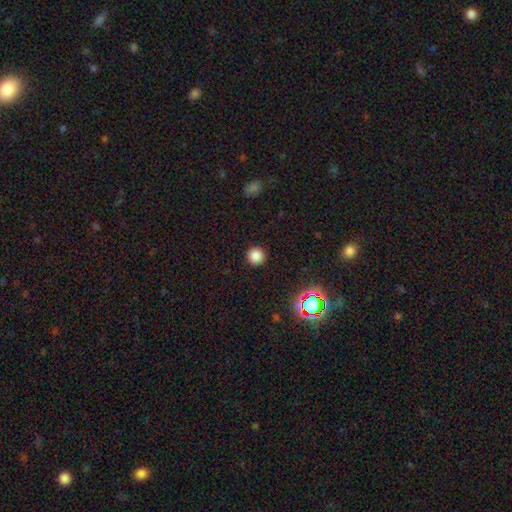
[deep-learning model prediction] Smooth or featured?
  - smooth: 83% *
  - star or artifact: 13%
  - featured or disk: 4%
How rounded?
  - round: 96% *
  - in between: 3%
  - cigar-shaped: 1%
Merging?
  - none: 92% *
  - minor disturbance: 5%
  - major disturbance: 2%
  - merger: 1%